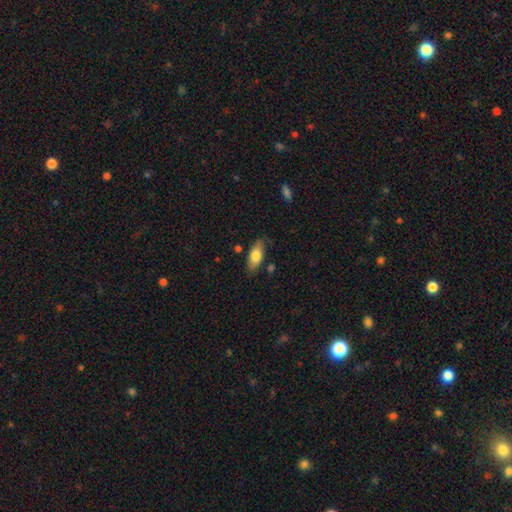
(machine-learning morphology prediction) Smooth or featured? smooth (77%)
How rounded? in between (81%)
Merging? none (77%)